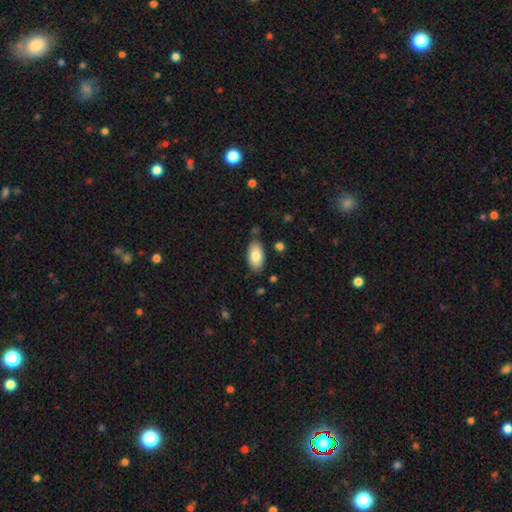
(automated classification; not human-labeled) smooth-or-featured: smooth: 83% | featured or disk: 10% | star or artifact: 6%
  how-rounded: in between: 94% | cigar-shaped: 3% | round: 2%
  merging: none: 83% | minor disturbance: 12% | merger: 3% | major disturbance: 2%